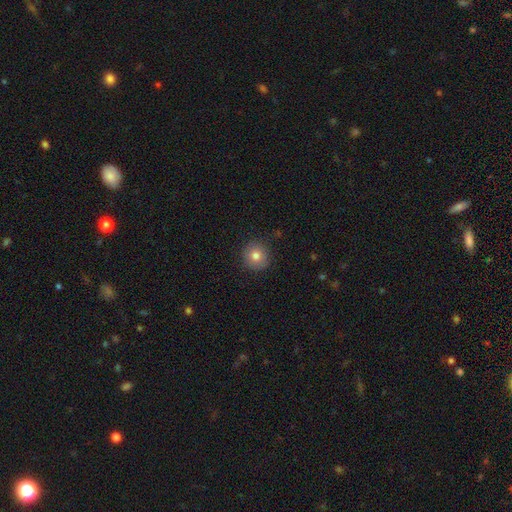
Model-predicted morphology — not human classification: smooth 79%, star or artifact 11%, featured or disk 11%. Down the decision tree: how rounded — round (93%); merging — none (89%).